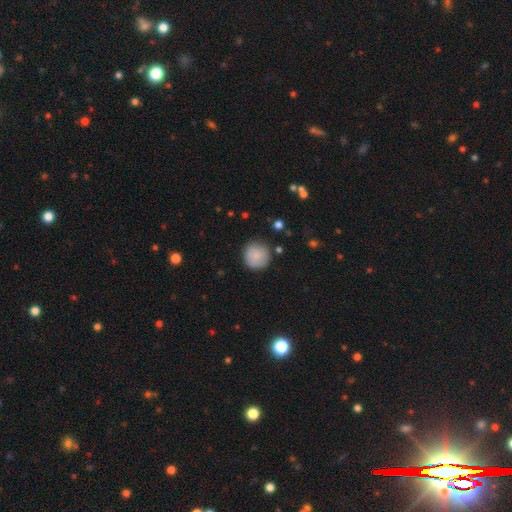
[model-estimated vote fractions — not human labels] Q: Smooth or featured?
A: smooth (86%); runner-up: star or artifact (7%)
Q: How rounded?
A: round (94%); runner-up: in between (5%)
Q: Merging?
A: none (83%); runner-up: minor disturbance (12%)